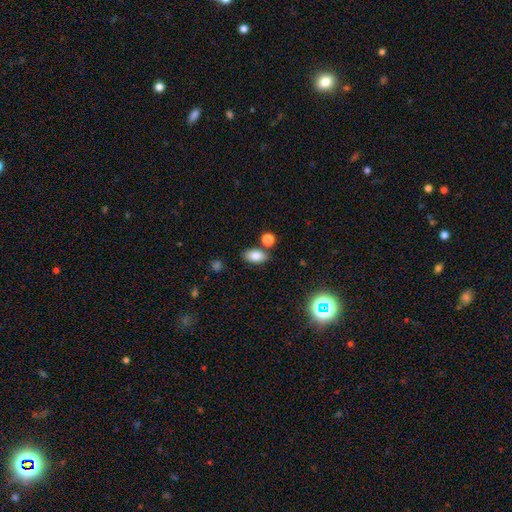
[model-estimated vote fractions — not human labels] Smooth or featured: smooth — 82% (star or artifact — 10%)
How rounded: in between — 90% (round — 7%)
Merging: none — 76% (minor disturbance — 12%)